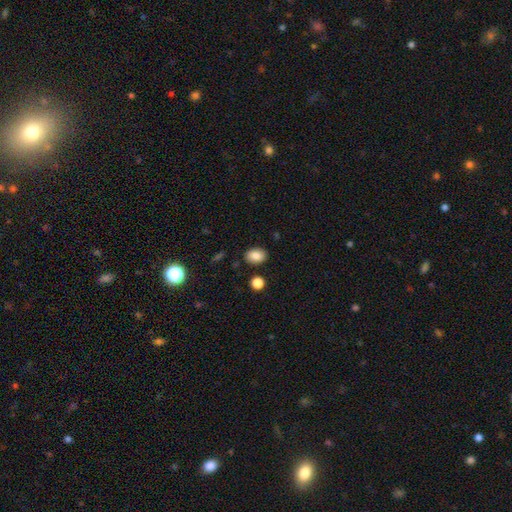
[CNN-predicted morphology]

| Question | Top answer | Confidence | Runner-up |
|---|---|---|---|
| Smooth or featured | smooth | 86% | star or artifact (9%) |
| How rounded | in between | 77% | round (22%) |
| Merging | none | 86% | minor disturbance (9%) |